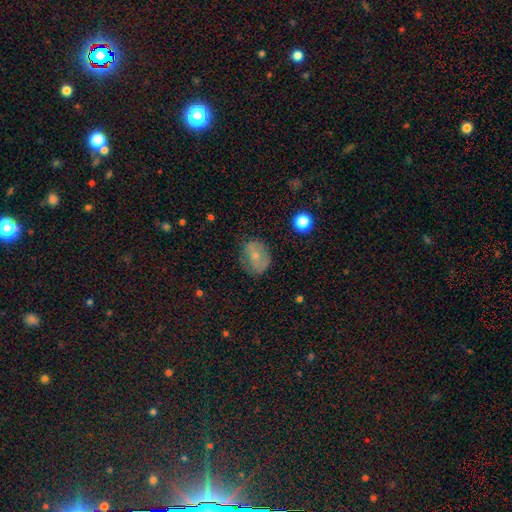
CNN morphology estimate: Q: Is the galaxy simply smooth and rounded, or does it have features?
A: smooth — 56%.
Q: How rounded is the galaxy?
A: in between — 54%.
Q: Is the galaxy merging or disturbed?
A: none — 69%.